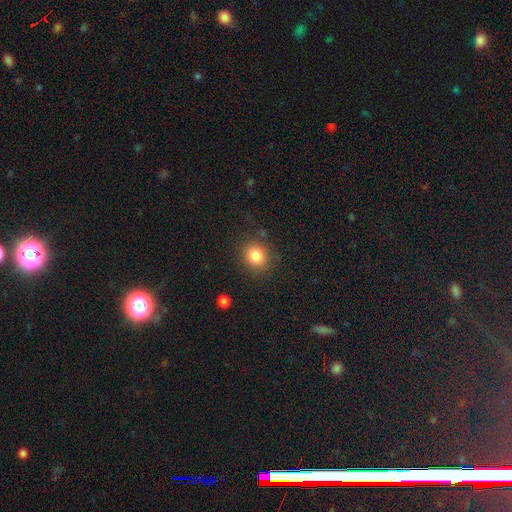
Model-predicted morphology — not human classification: A smooth galaxy with no disk features (83%) that is round (77%). Merging: none (84%).